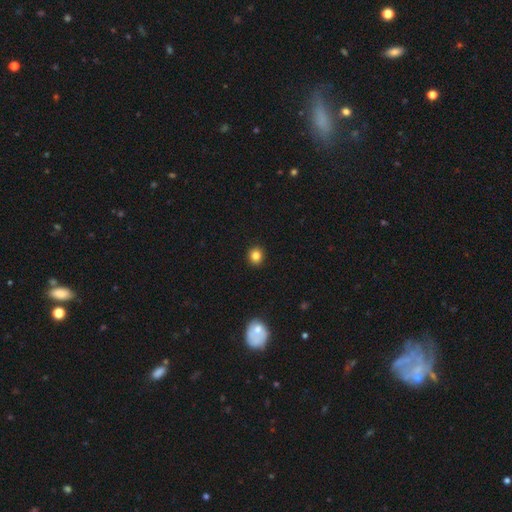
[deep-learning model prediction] smooth-or-featured: smooth: 83% | star or artifact: 12% | featured or disk: 5%
  how-rounded: round: 81% | in between: 18% | cigar-shaped: 1%
  merging: none: 92% | minor disturbance: 5% | major disturbance: 2% | merger: 1%